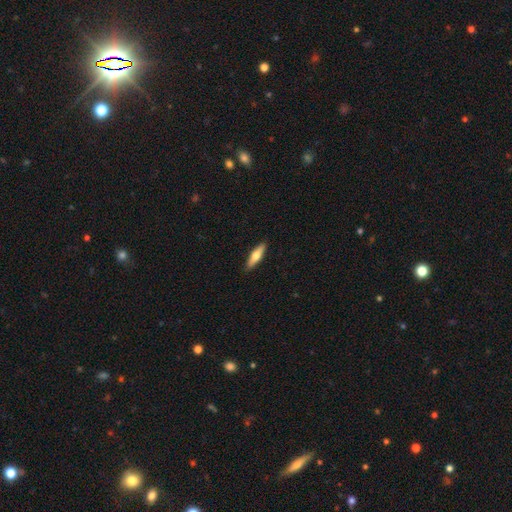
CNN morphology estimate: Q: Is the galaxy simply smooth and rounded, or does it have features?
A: smooth — 60%.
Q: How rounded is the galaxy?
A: cigar-shaped — 64%.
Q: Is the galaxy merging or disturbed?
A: none — 90%.